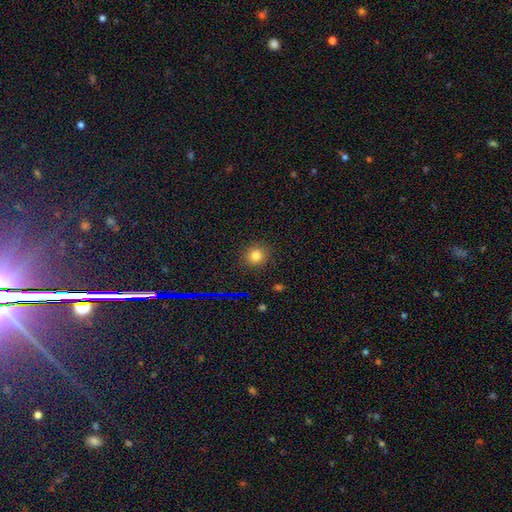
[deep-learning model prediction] Smooth or featured? Predicted: smooth (p=0.77). How rounded? Predicted: round (p=0.83). Merging? Predicted: none (p=0.88).